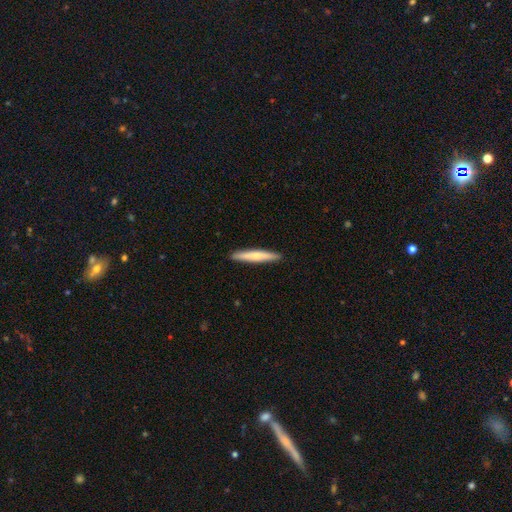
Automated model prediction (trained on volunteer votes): A smooth galaxy with no disk features (59%) that is cigar-shaped (93%).

Vote fractions:
- Smooth or featured? smooth: 59% / featured or disk: 36% / star or artifact: 5%
- How rounded? cigar-shaped: 93% / in between: 5% / round: 1%
- Merging? none: 91% / minor disturbance: 6% / major disturbance: 1% / merger: 1%